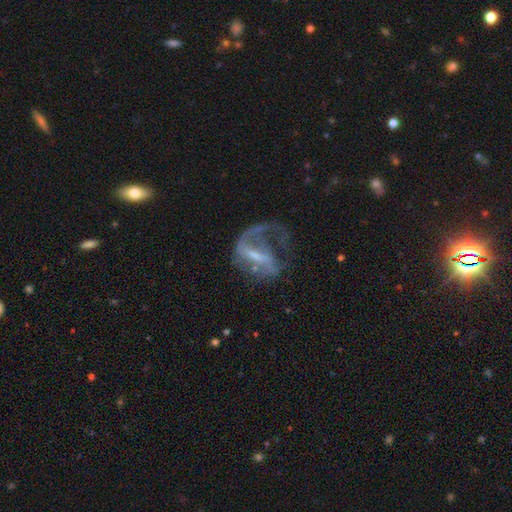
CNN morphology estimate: A featured or disk galaxy (76%) with a weak bar (40%), 1 (59%) loose (48%) spiral arms (75%) and a small central bulge (44%). Merging: major disturbance (50%).